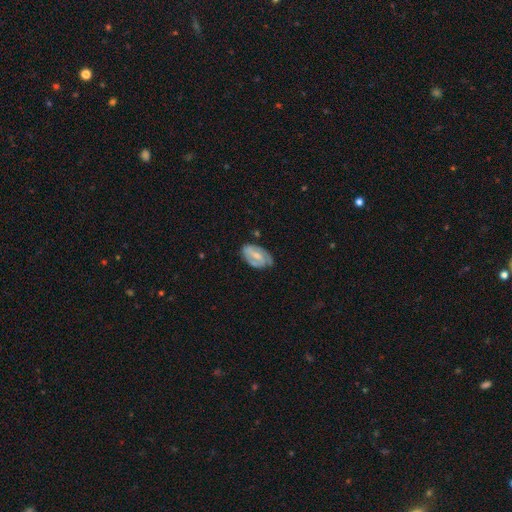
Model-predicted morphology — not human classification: Smooth or featured? Predicted: featured or disk (p=0.68). Edge-on disk? Predicted: no (p=0.96). Bar? Predicted: weak (p=0.48). Spiral arms? Predicted: yes (p=0.83). Spiral winding? Predicted: tight (p=0.50). Spiral arm count? Predicted: 2 (p=0.63). Bulge size? Predicted: small (p=0.46). Merging? Predicted: none (p=0.64).